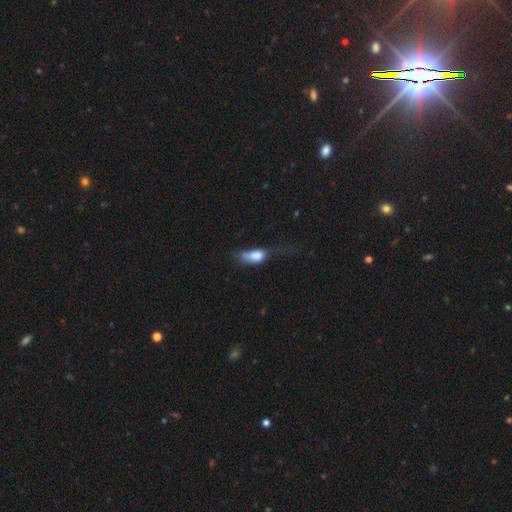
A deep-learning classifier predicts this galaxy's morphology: Smooth or featured?
  - smooth: 74% *
  - featured or disk: 17%
  - star or artifact: 9%
How rounded?
  - in between: 78% *
  - cigar-shaped: 16%
  - round: 7%
Merging?
  - major disturbance: 47% *
  - minor disturbance: 26%
  - none: 19%
  - merger: 8%